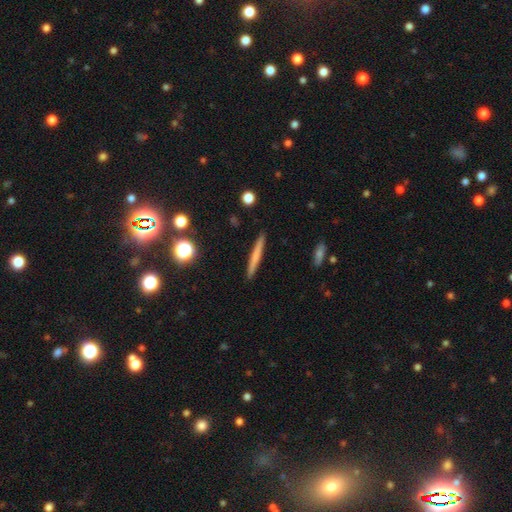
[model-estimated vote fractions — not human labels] Smooth or featured: smooth — 60% (featured or disk — 33%)
How rounded: cigar-shaped — 96% (in between — 3%)
Merging: none — 92% (minor disturbance — 6%)